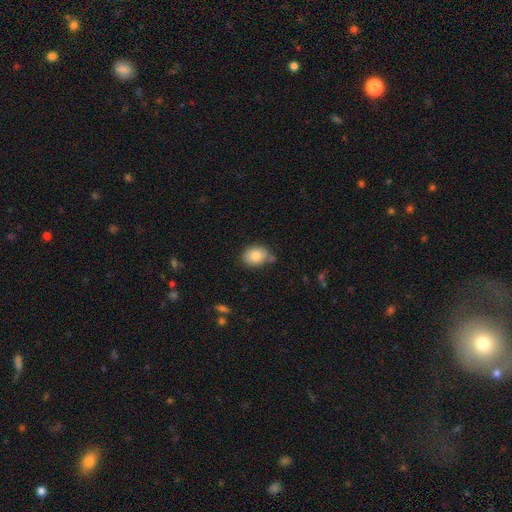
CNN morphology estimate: Overall: smooth (82%). How rounded: in between (64%; round 35%). Merging: none (70%).